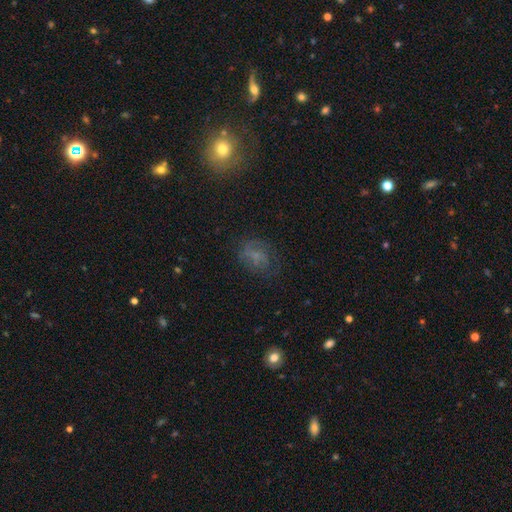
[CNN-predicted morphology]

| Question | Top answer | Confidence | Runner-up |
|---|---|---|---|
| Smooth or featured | smooth | 52% | featured or disk (27%) |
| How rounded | in between | 63% | round (35%) |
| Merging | none | 61% | minor disturbance (21%) |